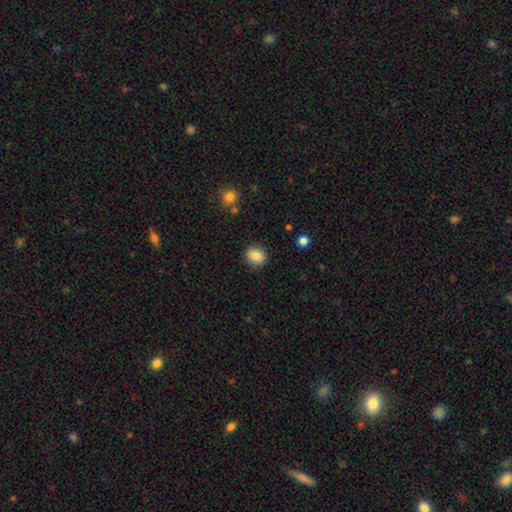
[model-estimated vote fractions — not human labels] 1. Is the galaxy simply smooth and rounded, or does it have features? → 86% smooth, 9% star or artifact, 6% featured or disk.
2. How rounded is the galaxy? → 70% round, 29% in between, 1% cigar-shaped.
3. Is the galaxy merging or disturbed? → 89% none, 8% minor disturbance, 2% major disturbance, 1% merger.